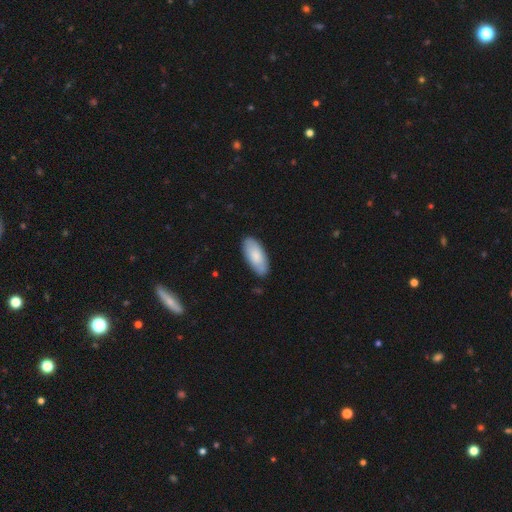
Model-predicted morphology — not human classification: A smooth galaxy with no disk features (81%) that is in between round and cigar-shaped (88%). Merging: none (83%).